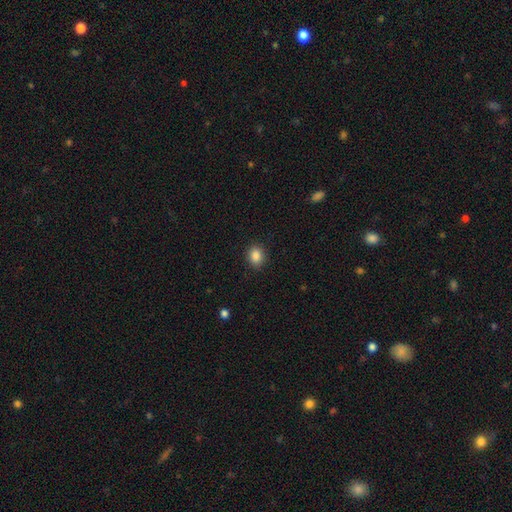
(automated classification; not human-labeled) Overall: smooth (87%). How rounded: round (56%; in between 43%). Merging: none (89%).